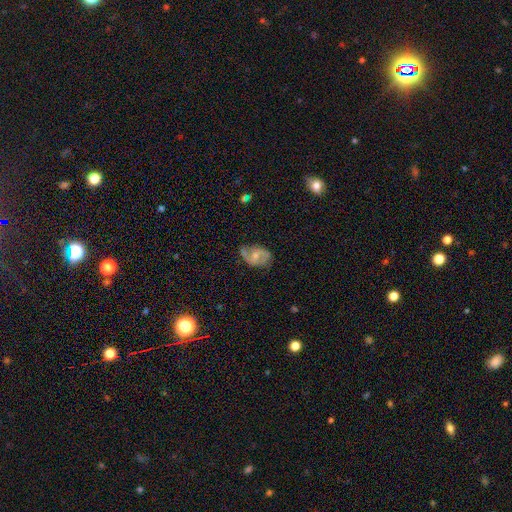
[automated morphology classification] Overall: featured or disk (74%). Edge-on disk: no (97%). Bar: no (52%; weak 40%). Spiral arms: yes (91%). Spiral arm count: 2 (88%). Spiral winding: medium (48%; loose 34%). Bulge size: moderate (52%; small 40%). Merging: none (68%).